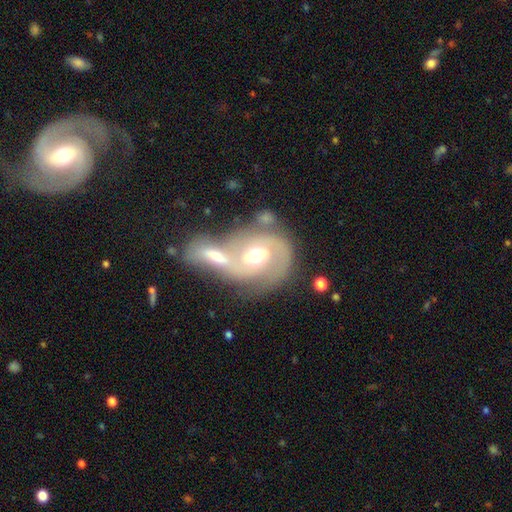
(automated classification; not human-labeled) smooth-or-featured: featured or disk: 71% | smooth: 22% | star or artifact: 6%
  disk-edge-on: no: 95% | yes: 5%
    bar: no: 46% | weak: 40% | strong: 14%
    has-spiral-arms: yes: 81% | no: 19%
      spiral-winding: medium: 47% | tight: 31% | loose: 22%
      spiral-arm-count: 2: 76% | can't tell: 12% | 1: 6% | 3: 3% | 4: 1% | more than 4: 1%
    bulge-size: moderate: 74% | large: 14% | small: 9% | none: 2% | dominant: 1%
  merging: merger: 60% | none: 24% | minor disturbance: 9% | major disturbance: 7%